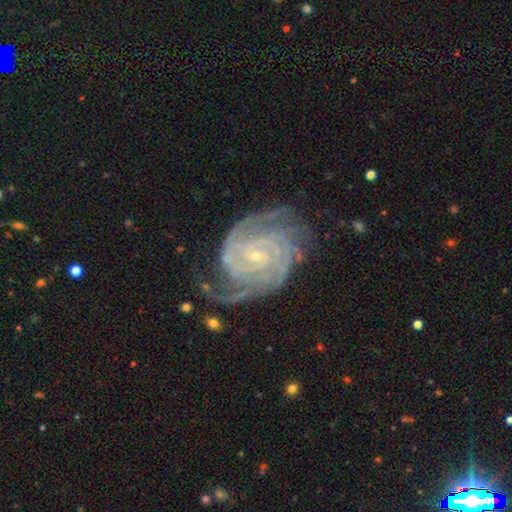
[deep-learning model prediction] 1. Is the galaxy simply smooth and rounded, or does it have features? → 92% featured or disk, 5% star or artifact, 3% smooth.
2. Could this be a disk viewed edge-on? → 98% no, 2% yes.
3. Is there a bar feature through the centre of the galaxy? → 52% no, 34% weak, 14% strong.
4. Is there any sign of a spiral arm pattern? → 99% yes, 1% no.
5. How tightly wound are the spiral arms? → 74% tight, 22% medium, 3% loose.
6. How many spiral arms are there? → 24% 2, 22% 3, 21% 4, 15% can't tell, 10% more than 4, 8% 1.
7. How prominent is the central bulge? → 84% small, 12% moderate, 2% none, 1% large, 1% dominant.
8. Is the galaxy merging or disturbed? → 68% none, 20% minor disturbance, 10% major disturbance, 2% merger.